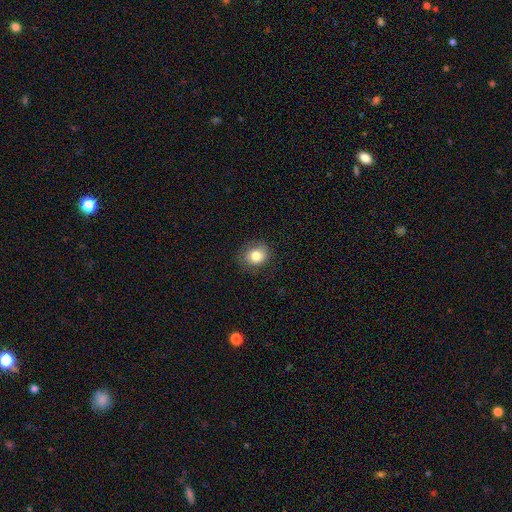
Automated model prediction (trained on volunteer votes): Smooth or featured? smooth (81%)
How rounded? round (69%)
Merging? none (79%)